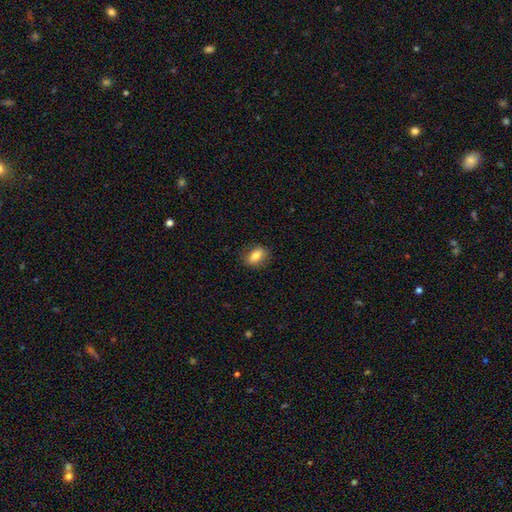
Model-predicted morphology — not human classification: This is likely a smooth galaxy (79%). How rounded: likely in between (79%). Merging: clearly none (83%).